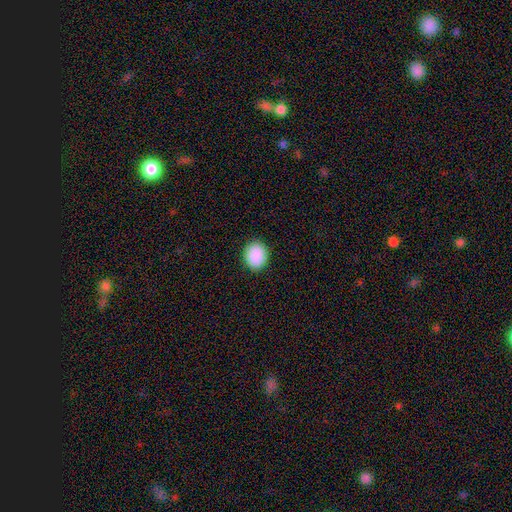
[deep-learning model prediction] smooth_or_featured: smooth (p=0.91) [alt: star or artifact p=0.07]
how_rounded: round (p=0.57) [alt: in between p=0.42]
merging: none (p=0.91) [alt: minor disturbance p=0.07]